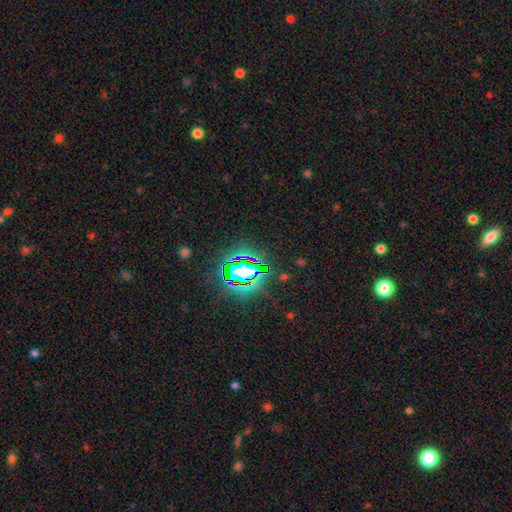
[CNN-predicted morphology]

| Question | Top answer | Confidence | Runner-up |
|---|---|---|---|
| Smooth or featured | star or artifact | 77% | smooth (14%) |